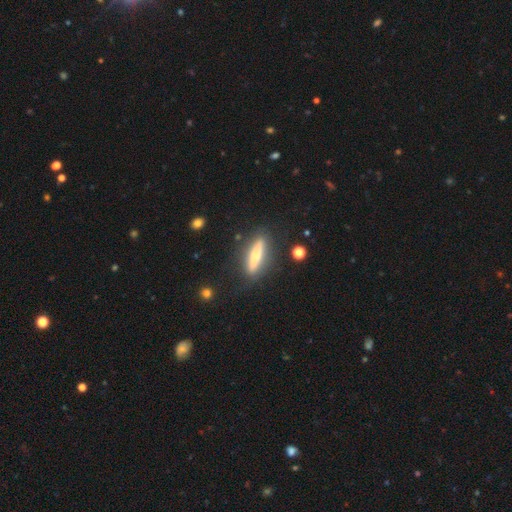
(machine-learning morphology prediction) Overall: smooth (47%; featured or disk 46%). Merging: none (84%).